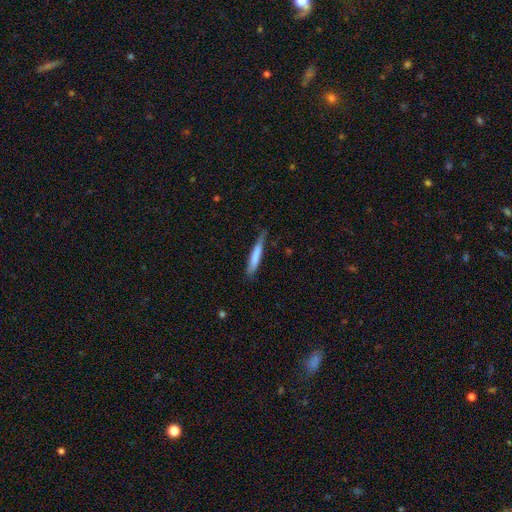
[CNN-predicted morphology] This is likely a smooth galaxy (73%). How rounded: clearly cigar-shaped (93%). Merging: likely none (67%).